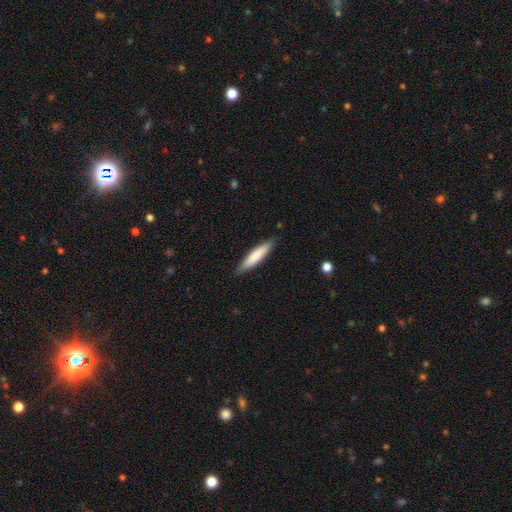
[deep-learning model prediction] A smooth galaxy with no disk features (77%) that is cigar-shaped (84%). Merging: none (86%).